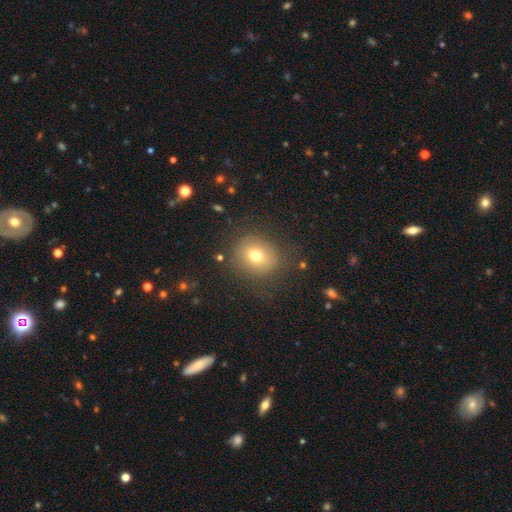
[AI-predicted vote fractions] This is likely a smooth galaxy (70%). How rounded: likely round (77%). Merging: likely none (77%).